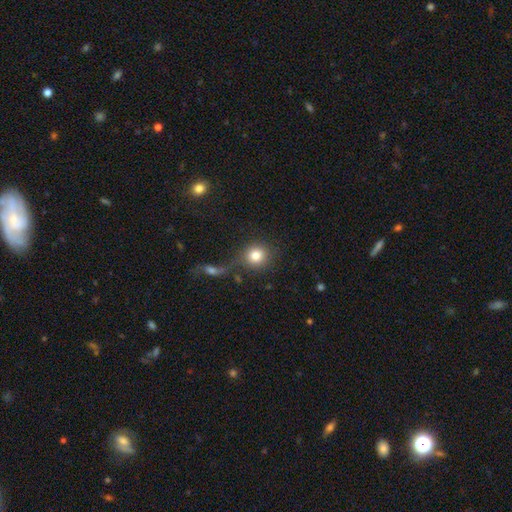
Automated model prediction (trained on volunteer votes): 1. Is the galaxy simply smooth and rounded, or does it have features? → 82% smooth, 10% star or artifact, 8% featured or disk.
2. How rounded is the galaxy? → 89% round, 10% in between, 1% cigar-shaped.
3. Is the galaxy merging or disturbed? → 68% none, 14% merger, 10% minor disturbance, 8% major disturbance.